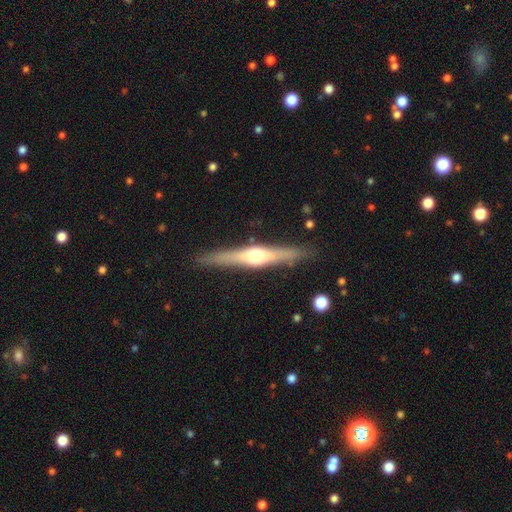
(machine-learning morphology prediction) type=featured or disk (70%); edge-on=yes (97%); edge-on bulge=rounded (88%); merging=none (88%).